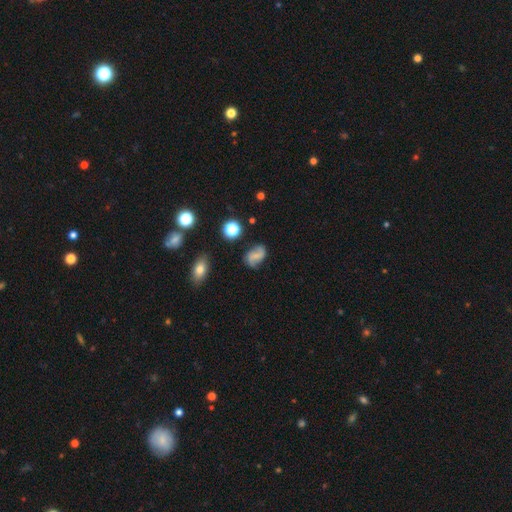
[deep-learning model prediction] This appears to be a featured or disk galaxy (58%) with no bar (46%), 2 (89%) loose (55%) spiral arms (91%) and a small central bulge (45%). Merging: none (74%).